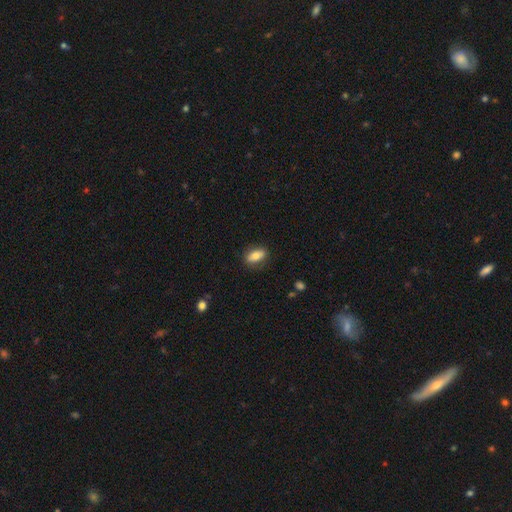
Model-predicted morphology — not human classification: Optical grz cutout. It shows a smooth galaxy with no disk features (77%) that is in between round and cigar-shaped (84%). Merging: none (82%).